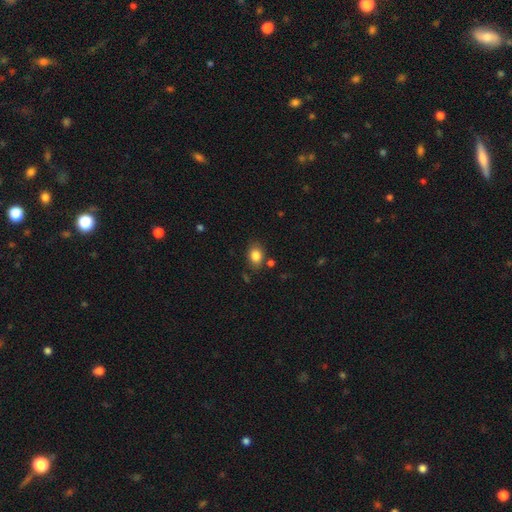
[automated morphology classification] Smooth or featured?
  - smooth: 84% *
  - star or artifact: 9%
  - featured or disk: 7%
How rounded?
  - in between: 65% *
  - round: 33%
  - cigar-shaped: 1%
Merging?
  - none: 77% *
  - minor disturbance: 14%
  - merger: 5%
  - major disturbance: 4%